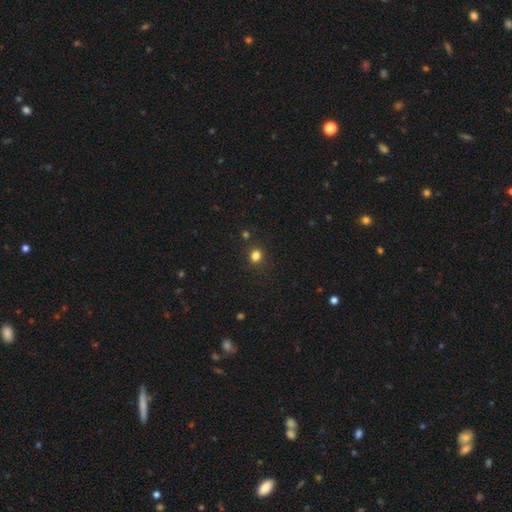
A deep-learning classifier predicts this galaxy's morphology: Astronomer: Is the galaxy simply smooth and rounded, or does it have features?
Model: smooth — 81%.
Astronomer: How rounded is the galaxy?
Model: round — 72%.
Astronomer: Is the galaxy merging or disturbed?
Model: none — 86%.